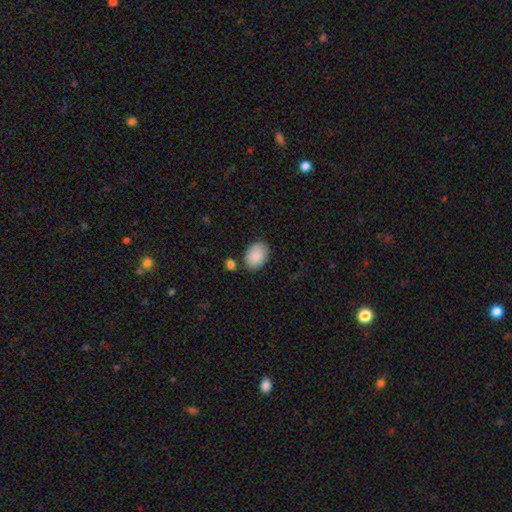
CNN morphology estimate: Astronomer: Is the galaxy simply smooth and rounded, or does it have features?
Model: smooth — 90%.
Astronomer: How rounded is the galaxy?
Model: in between — 83%.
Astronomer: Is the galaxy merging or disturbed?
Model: none — 76%.